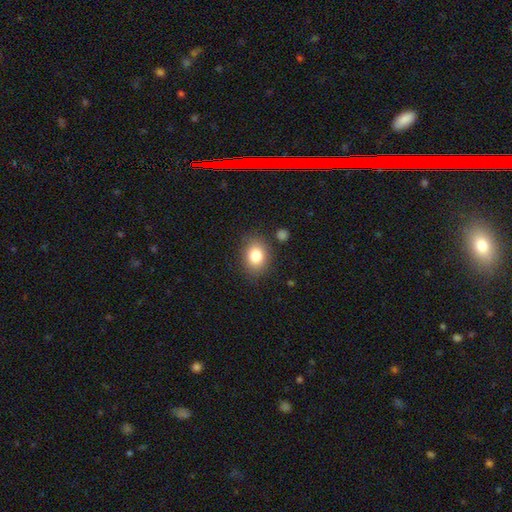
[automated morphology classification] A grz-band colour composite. It shows a smooth galaxy with no disk features (82%) that is in between round and cigar-shaped (60%). Merging: none (82%).